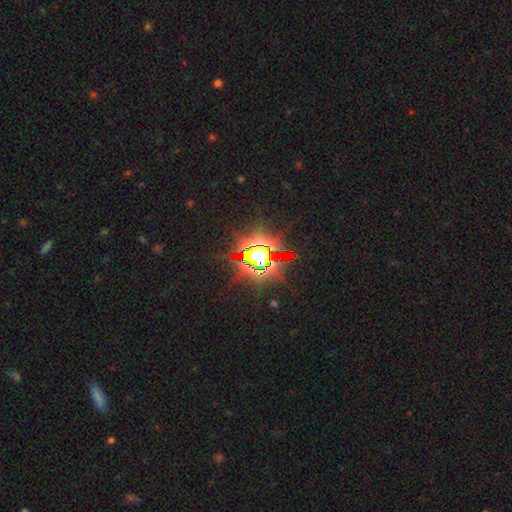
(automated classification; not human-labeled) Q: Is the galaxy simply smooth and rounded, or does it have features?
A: star or artifact — 78%.